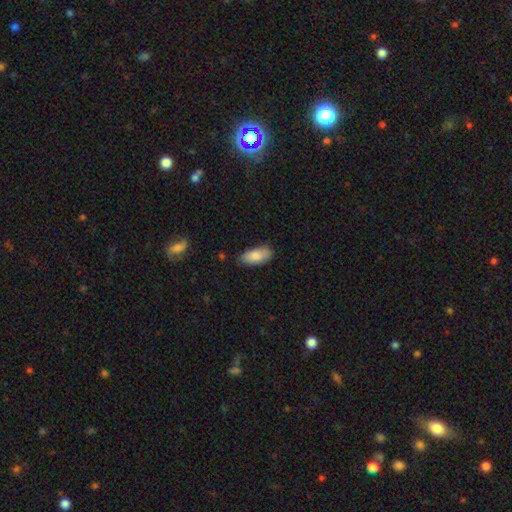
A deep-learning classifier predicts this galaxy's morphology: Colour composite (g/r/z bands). It shows a smooth galaxy with no disk features (85%) that is in between round and cigar-shaped (90%). Merging: none (77%).